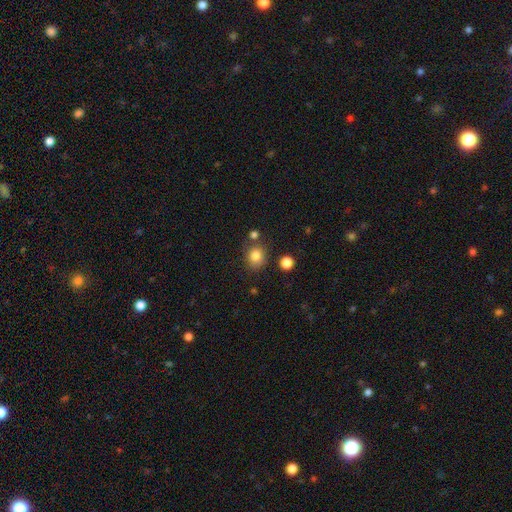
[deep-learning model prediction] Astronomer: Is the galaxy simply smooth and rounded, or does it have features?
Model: smooth — 82%.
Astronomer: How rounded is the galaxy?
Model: round — 73%.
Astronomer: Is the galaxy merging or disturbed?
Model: none — 75%.